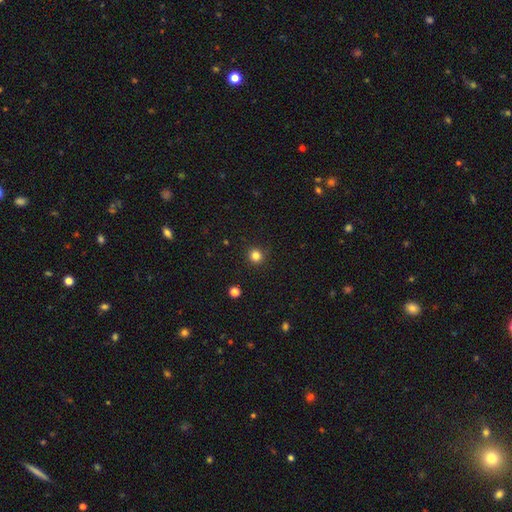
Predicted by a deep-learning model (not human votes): A smooth galaxy with no disk features (82%) that is round (94%).

Vote fractions:
- Smooth or featured? smooth: 82% / star or artifact: 13% / featured or disk: 4%
- How rounded? round: 94% / in between: 5% / cigar-shaped: 1%
- Merging? none: 91% / minor disturbance: 6% / major disturbance: 2% / merger: 1%